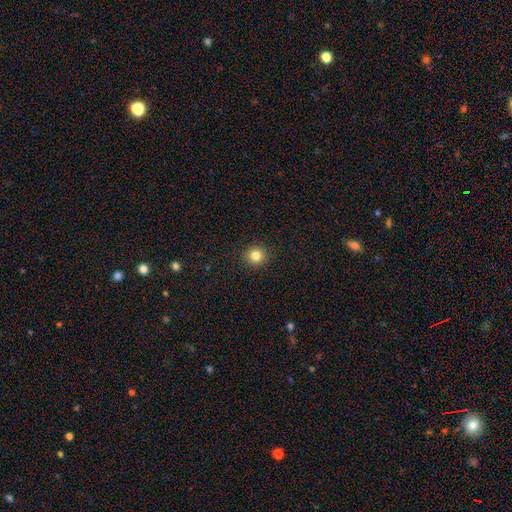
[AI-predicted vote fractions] smooth-or-featured: smooth: 83% | star or artifact: 11% | featured or disk: 6%
  how-rounded: round: 93% | in between: 7% | cigar-shaped: 1%
  merging: none: 92% | minor disturbance: 5% | major disturbance: 2% | merger: 1%